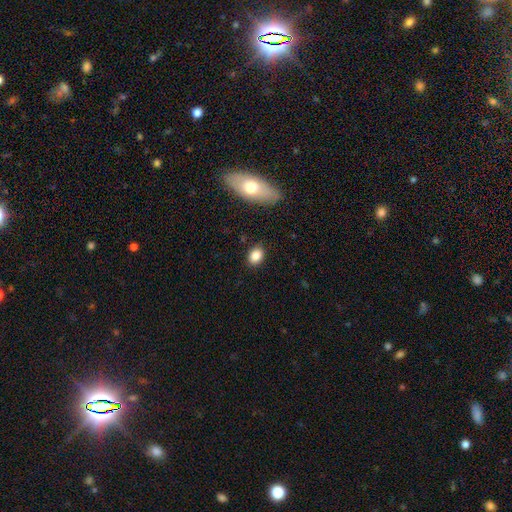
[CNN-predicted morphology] This is clearly a smooth galaxy (85%). How rounded: likely in between (69%). Merging: clearly none (86%).